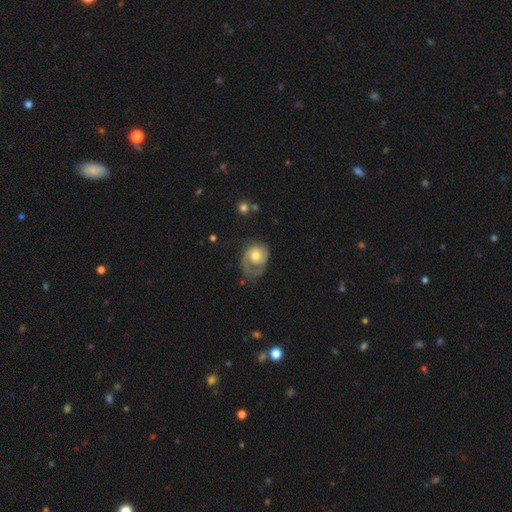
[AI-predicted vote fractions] featured or disk 70%, smooth 25%, star or artifact 6%. Down the decision tree: edge-on disk — no (97%); bar — no (77%); spiral arms — yes (87%); spiral arm count — 1 (53%); spiral winding — tight (50%); bulge size — moderate (68%); merging — none (44%).